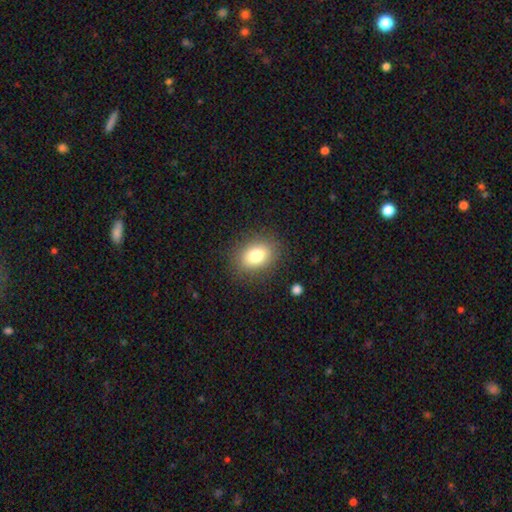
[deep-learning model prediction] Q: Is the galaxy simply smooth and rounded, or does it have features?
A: smooth — 79%.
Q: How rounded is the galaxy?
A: in between — 68%.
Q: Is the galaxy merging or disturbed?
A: none — 85%.